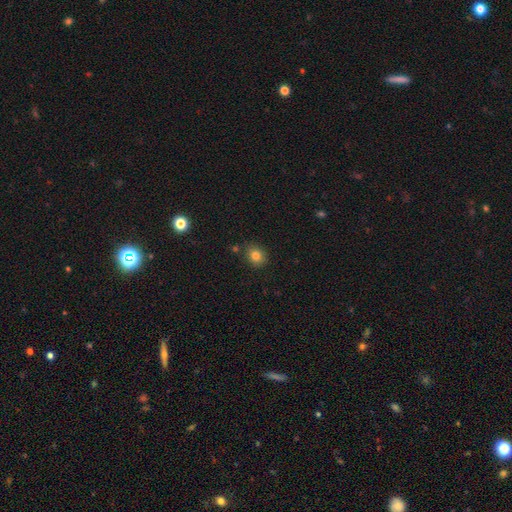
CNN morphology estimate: type=smooth (80%); roundness=round (70%); merging=none (83%).